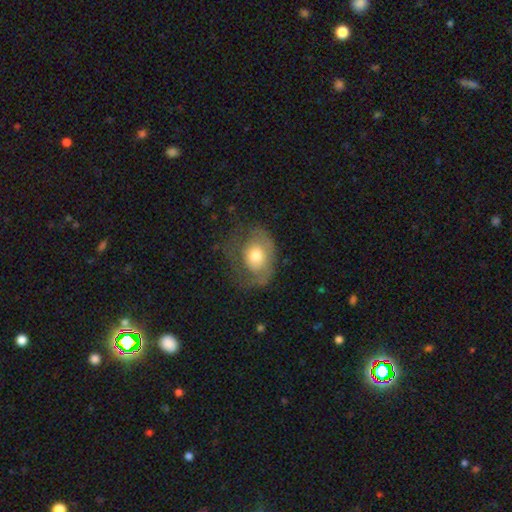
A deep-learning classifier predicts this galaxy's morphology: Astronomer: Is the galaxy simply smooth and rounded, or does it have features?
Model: smooth — 51% (runner-up: featured or disk, 42%).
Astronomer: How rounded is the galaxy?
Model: in between — 66%.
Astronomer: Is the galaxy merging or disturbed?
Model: none — 44% (runner-up: major disturbance, 29%).